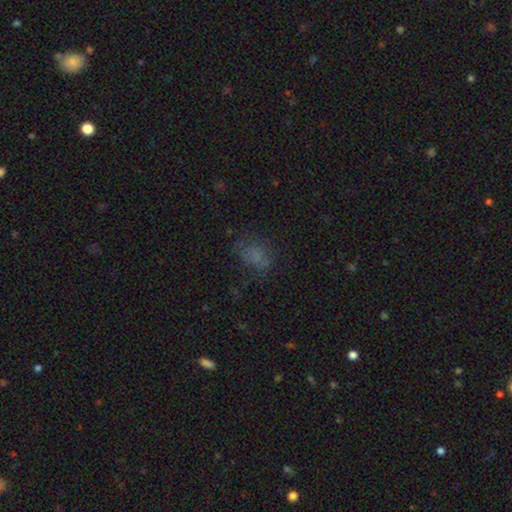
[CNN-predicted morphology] This appears to be a smooth galaxy with no disk features (65%) that is in between round and cigar-shaped (69%). Merging: none (61%).